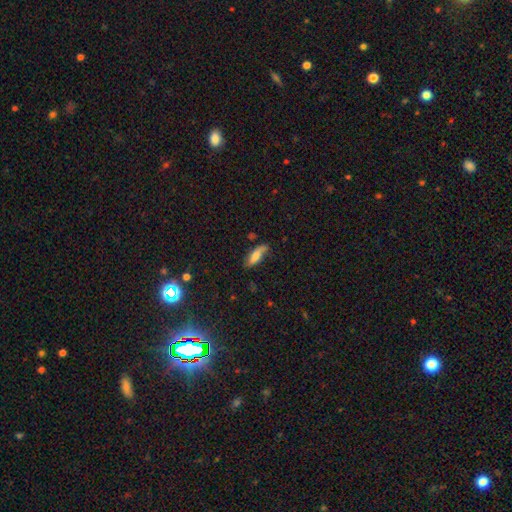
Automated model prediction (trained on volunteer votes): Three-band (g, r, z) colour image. It shows a smooth galaxy with no disk features (67%) that is in between round and cigar-shaped (58%). Merging: none (66%).